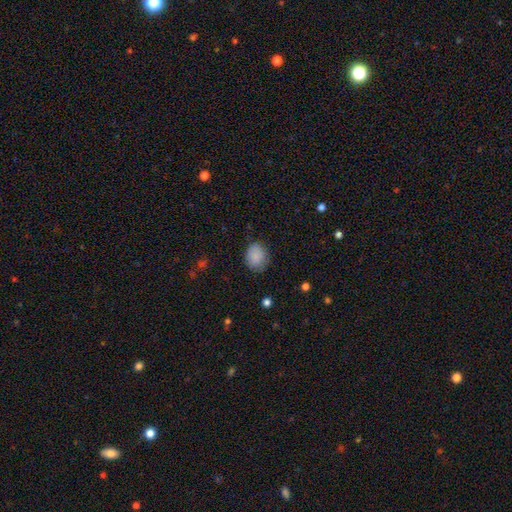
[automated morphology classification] A smooth galaxy with no disk features (86%) that is round (55%).

Vote fractions:
- Smooth or featured? smooth: 86% / star or artifact: 8% / featured or disk: 6%
- How rounded? round: 55% / in between: 45% / cigar-shaped: 1%
- Merging? none: 77% / minor disturbance: 18% / major disturbance: 4% / merger: 1%